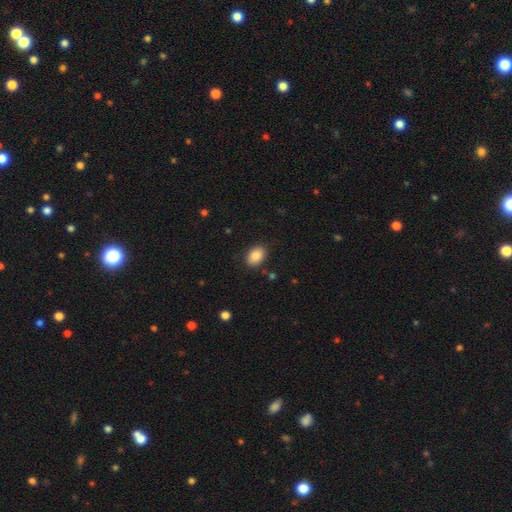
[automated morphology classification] smooth-or-featured: smooth: 87% | star or artifact: 8% | featured or disk: 6%
  how-rounded: in between: 81% | round: 18% | cigar-shaped: 1%
  merging: none: 87% | minor disturbance: 9% | major disturbance: 2% | merger: 1%